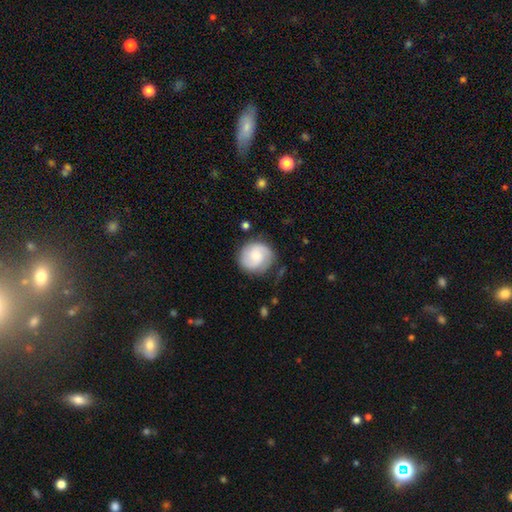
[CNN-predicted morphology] smooth-or-featured: featured or disk: 63% | smooth: 31% | star or artifact: 6%
  disk-edge-on: no: 98% | yes: 2%
    bar: no: 61% | weak: 33% | strong: 5%
    has-spiral-arms: yes: 93% | no: 7%
      spiral-winding: medium: 43% | tight: 41% | loose: 16%
      spiral-arm-count: 2: 73% | can't tell: 11% | 3: 9% | 1: 3% | 4: 2% | more than 4: 2%
    bulge-size: moderate: 47% | small: 43% | large: 5% | none: 4% | dominant: 1%
  merging: none: 79% | minor disturbance: 15% | major disturbance: 5% | merger: 2%